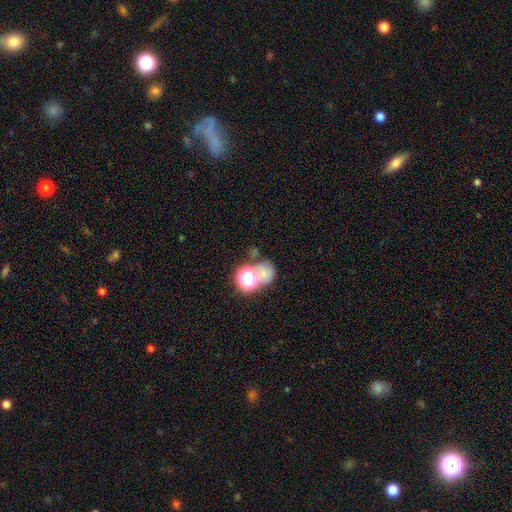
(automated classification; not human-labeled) star or artifact 47%, smooth 39%, featured or disk 14%.